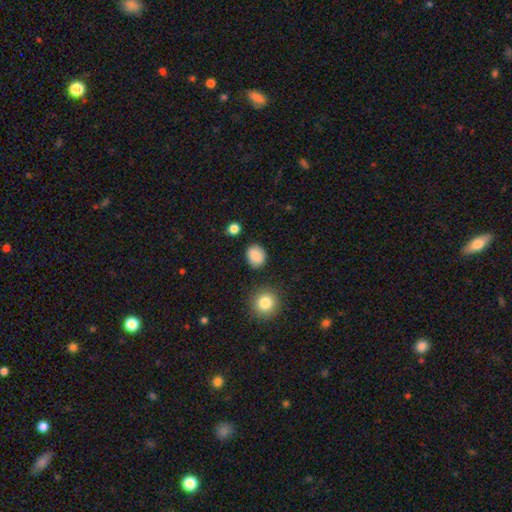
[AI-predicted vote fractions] Q: Smooth or featured?
A: smooth (84%); runner-up: star or artifact (9%)
Q: How rounded?
A: round (61%); runner-up: in between (37%)
Q: Merging?
A: none (85%); runner-up: minor disturbance (10%)